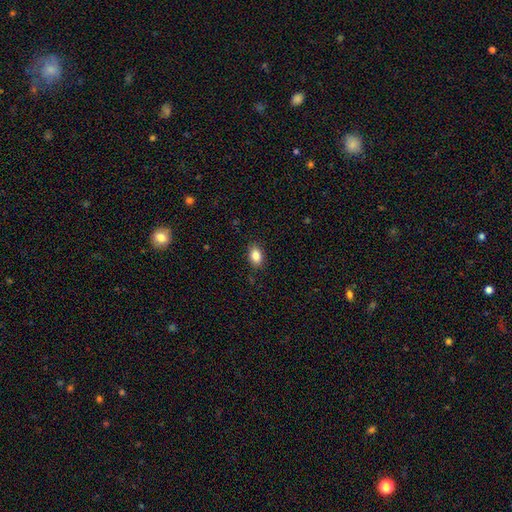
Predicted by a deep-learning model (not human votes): Smooth or featured: smooth — 85% (star or artifact — 8%)
How rounded: in between — 85% (round — 14%)
Merging: none — 88% (minor disturbance — 9%)